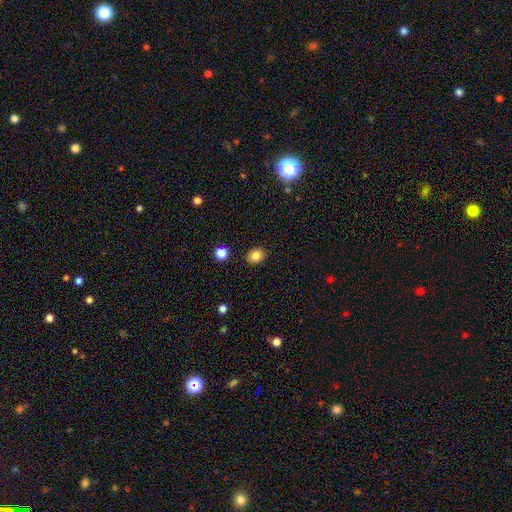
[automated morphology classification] A smooth galaxy with no disk features (83%) that is in between round and cigar-shaped (50%).

Vote fractions:
- Smooth or featured? smooth: 83% / star or artifact: 11% / featured or disk: 7%
- How rounded? in between: 50% / round: 49% / cigar-shaped: 1%
- Merging? none: 89% / minor disturbance: 7% / major disturbance: 2% / merger: 2%